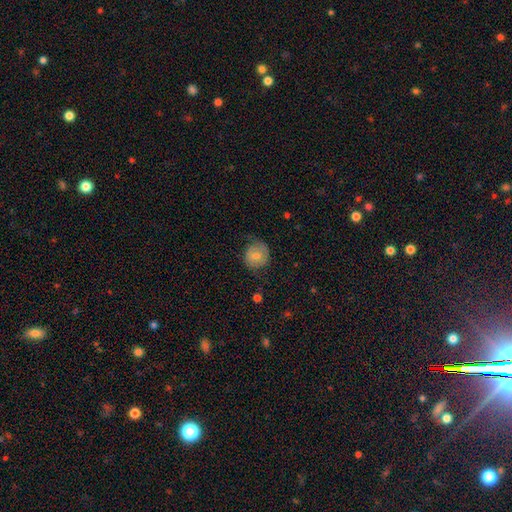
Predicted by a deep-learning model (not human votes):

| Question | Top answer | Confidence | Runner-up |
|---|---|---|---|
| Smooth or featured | smooth | 62% | featured or disk (30%) |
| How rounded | round | 84% | in between (15%) |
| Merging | none | 59% | minor disturbance (27%) |